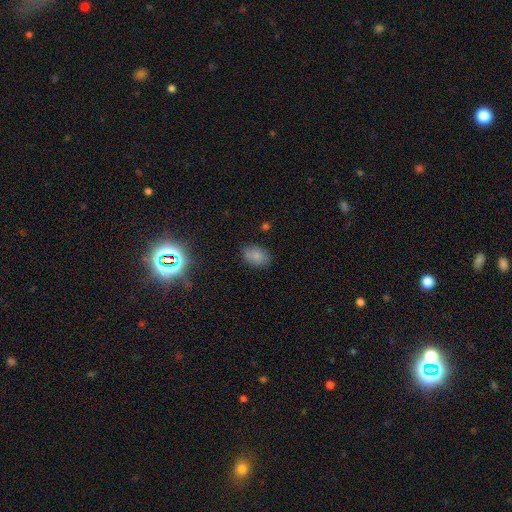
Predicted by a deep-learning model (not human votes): A smooth galaxy with no disk features (82%) that is in between round and cigar-shaped (83%). Merging: none (82%).